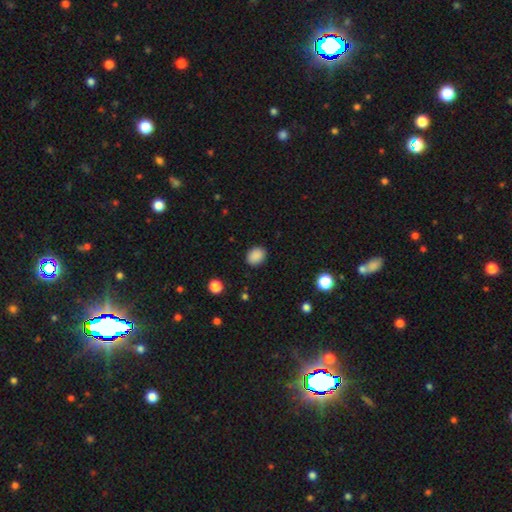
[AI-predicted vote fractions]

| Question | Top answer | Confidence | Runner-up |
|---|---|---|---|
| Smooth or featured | smooth | 88% | star or artifact (9%) |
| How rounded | in between | 61% | round (38%) |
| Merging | none | 88% | minor disturbance (9%) |